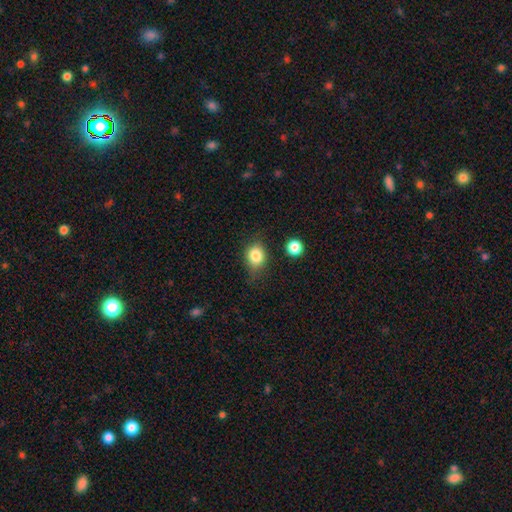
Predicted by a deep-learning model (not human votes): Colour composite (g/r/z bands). It shows a smooth galaxy with no disk features (81%) that is round (59%). Merging: none (64%).